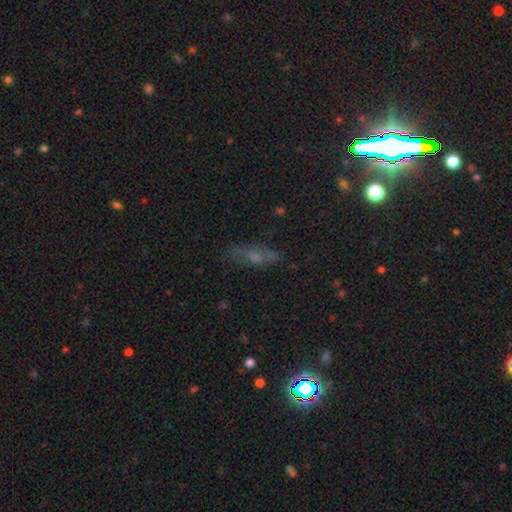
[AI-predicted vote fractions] Smooth or featured?
  - smooth: 40% *
  - featured or disk: 33%
  - star or artifact: 28%
Merging?
  - none: 69% *
  - minor disturbance: 19%
  - major disturbance: 9%
  - merger: 3%